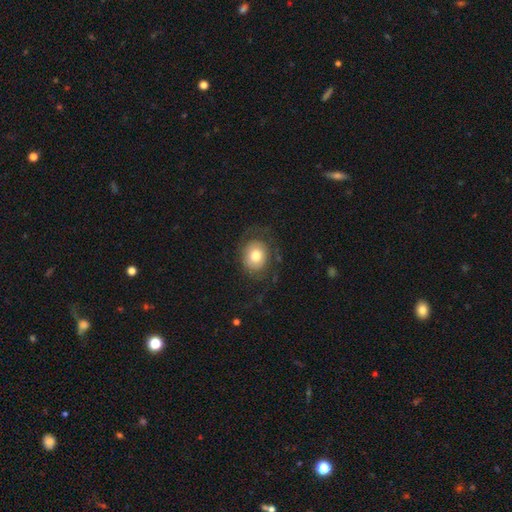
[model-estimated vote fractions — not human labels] This is likely a smooth galaxy (63%). How rounded: likely round (65%). Merging: likely none (68%).